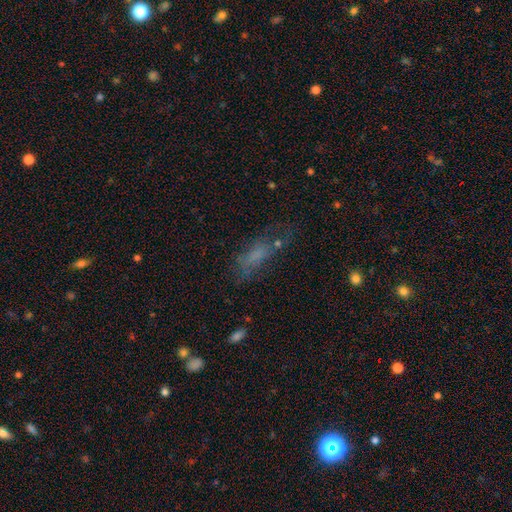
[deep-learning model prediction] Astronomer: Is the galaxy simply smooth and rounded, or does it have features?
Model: smooth — 56%.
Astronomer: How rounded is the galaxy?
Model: in between — 59% (runner-up: cigar-shaped, 37%).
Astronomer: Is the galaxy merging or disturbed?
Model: none — 46% (runner-up: major disturbance, 24%).